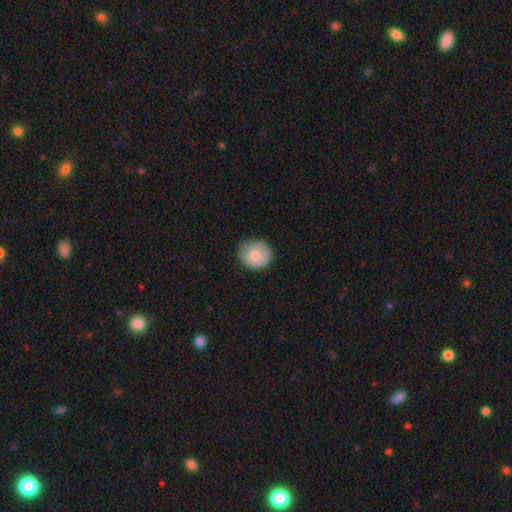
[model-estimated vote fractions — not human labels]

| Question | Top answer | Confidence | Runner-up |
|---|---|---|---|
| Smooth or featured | smooth | 75% | featured or disk (19%) |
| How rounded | round | 83% | in between (16%) |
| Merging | none | 72% | minor disturbance (22%) |